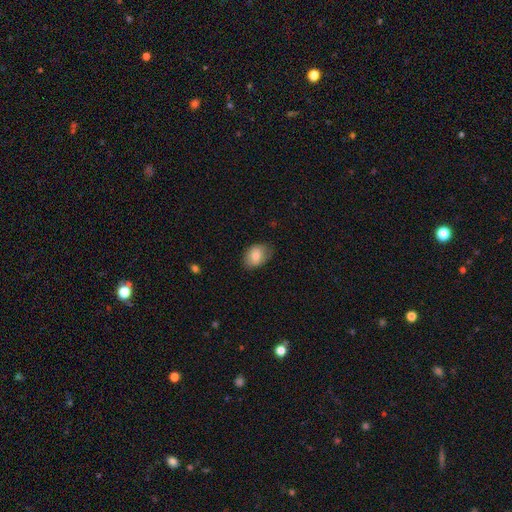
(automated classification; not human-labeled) smooth 80%, featured or disk 12%, star or artifact 8%. Down the decision tree: how rounded — in between (76%); merging — none (74%).